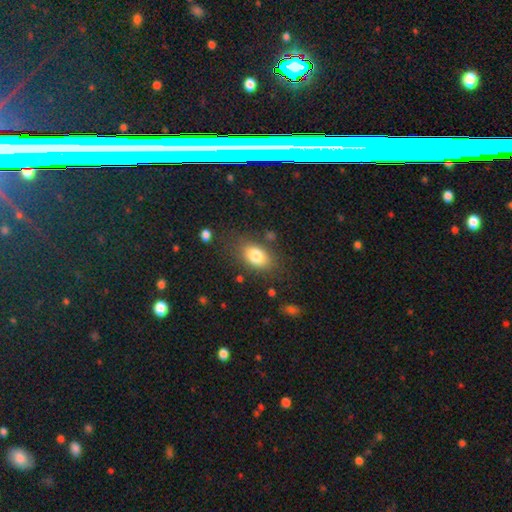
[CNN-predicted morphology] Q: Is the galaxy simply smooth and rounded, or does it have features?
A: smooth — 80%.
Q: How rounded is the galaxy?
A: in between — 85%.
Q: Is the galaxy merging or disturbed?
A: none — 77%.